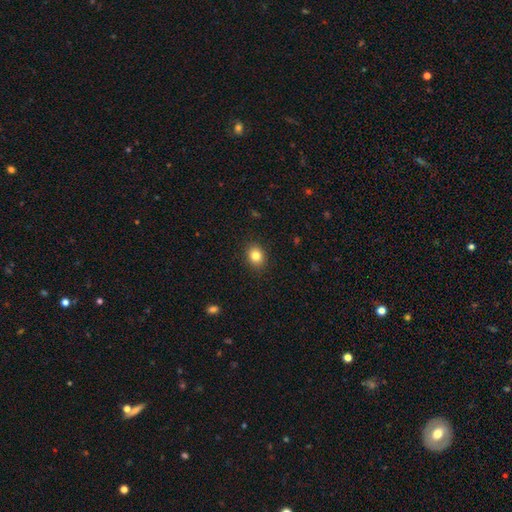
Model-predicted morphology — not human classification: Q: Smooth or featured?
A: smooth (83%); runner-up: star or artifact (10%)
Q: How rounded?
A: round (57%); runner-up: in between (42%)
Q: Merging?
A: none (90%); runner-up: minor disturbance (7%)